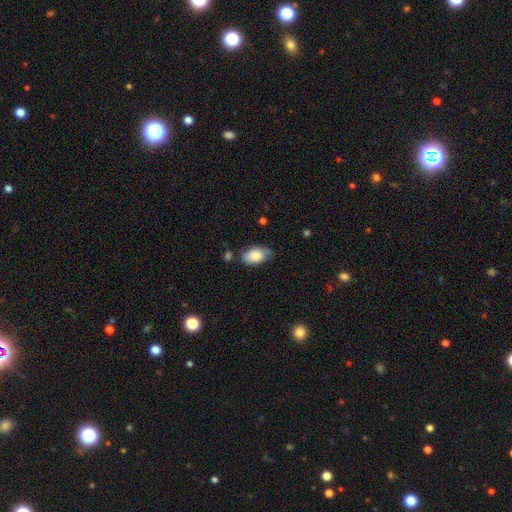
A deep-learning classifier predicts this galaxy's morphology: Q: Smooth or featured?
A: smooth (78%); runner-up: featured or disk (15%)
Q: How rounded?
A: in between (93%); runner-up: round (5%)
Q: Merging?
A: none (66%); runner-up: minor disturbance (25%)